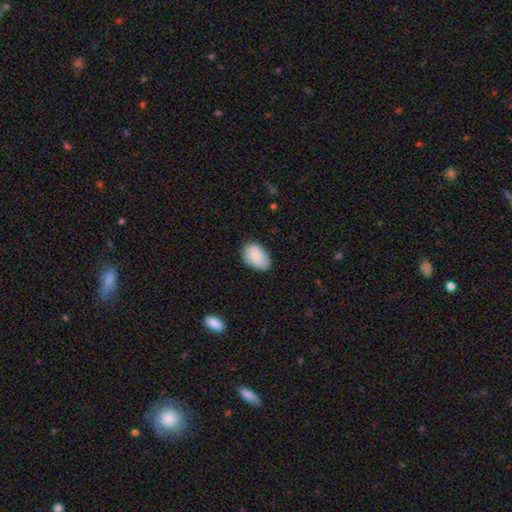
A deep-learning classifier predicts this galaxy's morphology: A smooth galaxy with no disk features (81%) that is in between round and cigar-shaped (88%).

Vote fractions:
- Smooth or featured? smooth: 81% / featured or disk: 13% / star or artifact: 7%
- How rounded? in between: 88% / round: 11% / cigar-shaped: 1%
- Merging? none: 74% / minor disturbance: 21% / major disturbance: 4% / merger: 1%